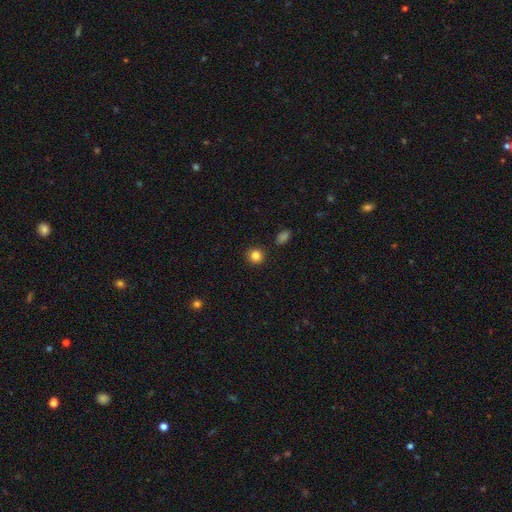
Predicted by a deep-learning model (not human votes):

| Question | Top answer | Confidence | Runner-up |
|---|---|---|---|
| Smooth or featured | smooth | 84% | star or artifact (11%) |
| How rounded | round | 92% | in between (7%) |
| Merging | none | 90% | minor disturbance (6%) |